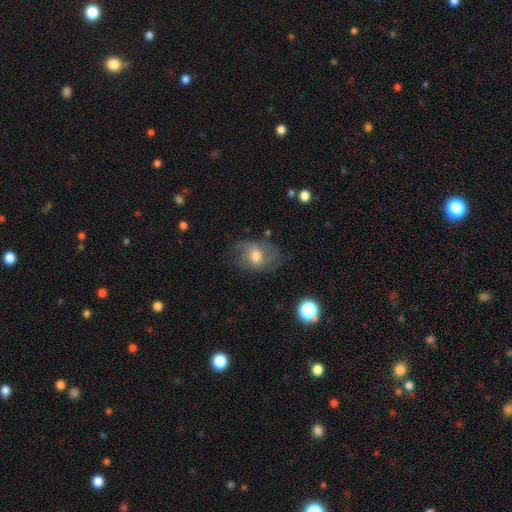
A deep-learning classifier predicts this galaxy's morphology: smooth-or-featured: featured or disk: 46% | smooth: 42% | star or artifact: 11%
  merging: none: 57% | minor disturbance: 25% | major disturbance: 17% | merger: 2%